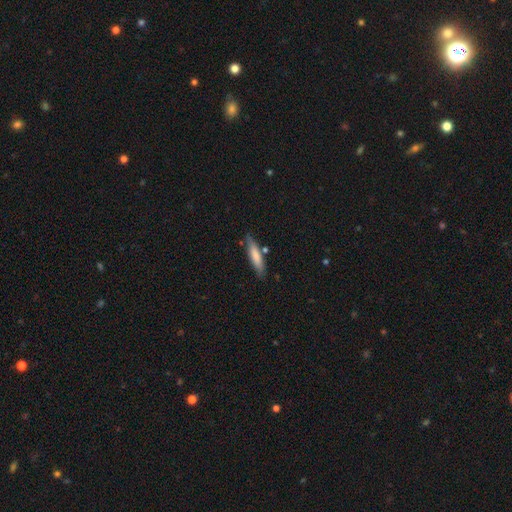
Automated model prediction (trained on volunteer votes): This is likely a smooth galaxy (73%). How rounded: likely cigar-shaped (80%). Merging: likely none (78%).